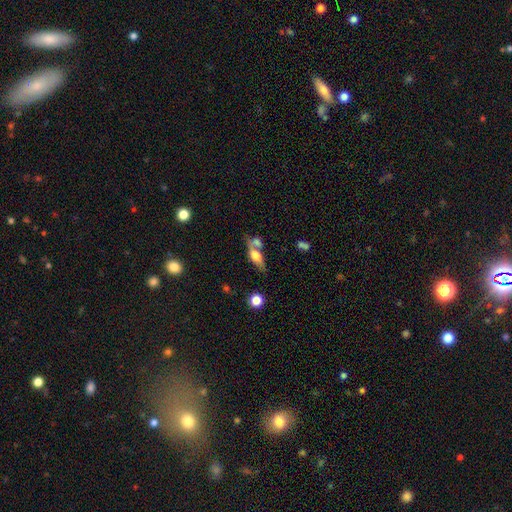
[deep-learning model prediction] Smooth or featured?
  - smooth: 58% *
  - featured or disk: 32%
  - star or artifact: 10%
How rounded?
  - in between: 68% *
  - cigar-shaped: 26%
  - round: 6%
Merging?
  - merger: 42% *
  - none: 36%
  - minor disturbance: 13%
  - major disturbance: 9%